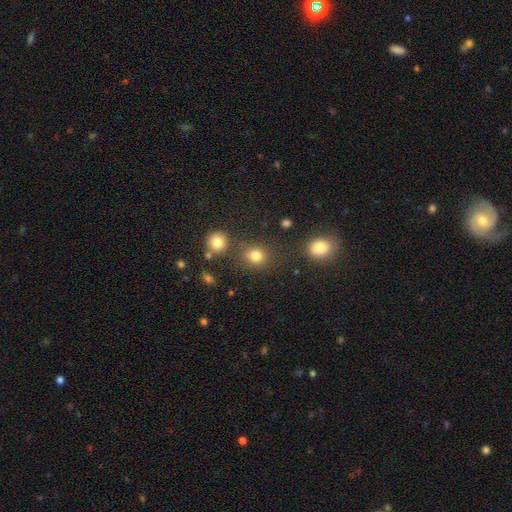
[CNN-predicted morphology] This appears to be a smooth galaxy with no disk features (79%) that is round (80%). Merging: none (75%).